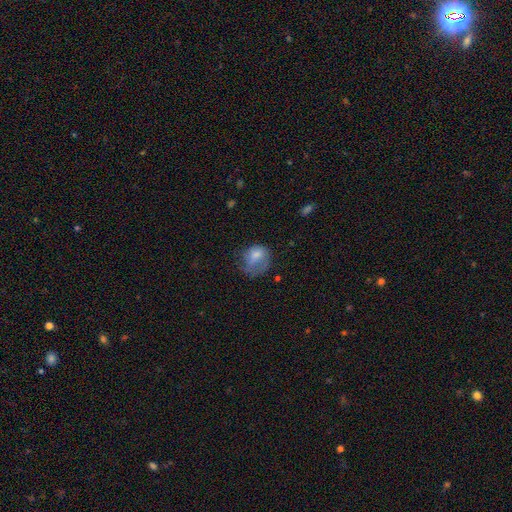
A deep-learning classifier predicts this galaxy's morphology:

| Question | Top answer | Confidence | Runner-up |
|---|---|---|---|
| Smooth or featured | smooth | 68% | featured or disk (24%) |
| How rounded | round | 56% | in between (43%) |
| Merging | major disturbance | 37% | none (33%) |